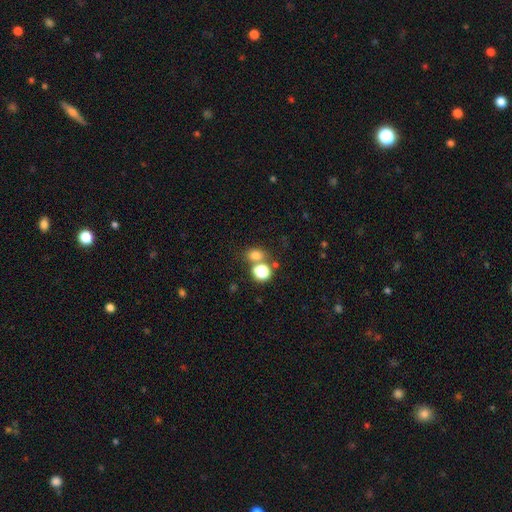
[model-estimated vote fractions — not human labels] Q: Smooth or featured?
A: smooth (74%); runner-up: star or artifact (18%)
Q: How rounded?
A: round (55%); runner-up: in between (44%)
Q: Merging?
A: none (60%); runner-up: merger (26%)